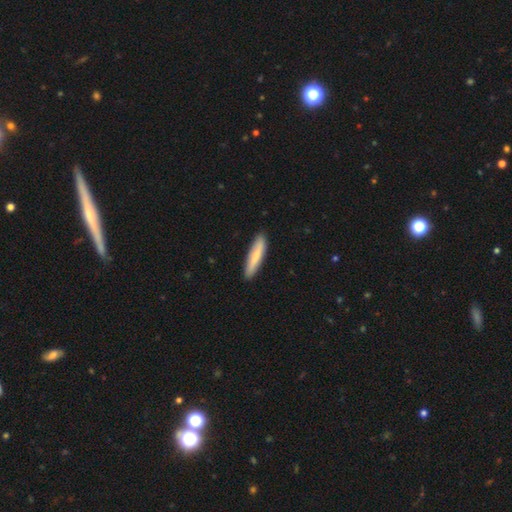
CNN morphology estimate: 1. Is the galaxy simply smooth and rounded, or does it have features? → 73% smooth, 22% featured or disk, 5% star or artifact.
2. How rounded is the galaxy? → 85% cigar-shaped, 13% in between, 1% round.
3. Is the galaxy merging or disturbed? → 88% none, 9% minor disturbance, 2% major disturbance, 1% merger.